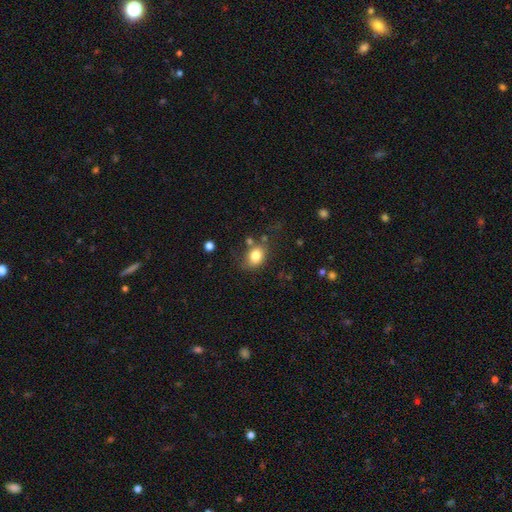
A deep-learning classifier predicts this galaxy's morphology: type=smooth (81%); roundness=in between (63%); merging=none (65%).